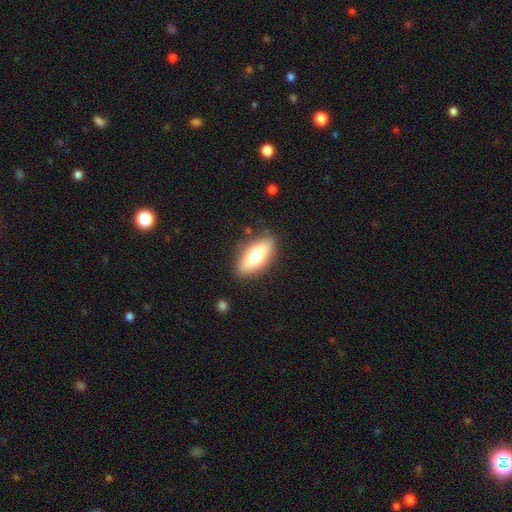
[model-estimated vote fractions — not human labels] smooth_or_featured: smooth (p=0.67) [alt: featured or disk p=0.26]
how_rounded: in between (p=0.76) [alt: cigar-shaped p=0.21]
merging: none (p=0.85) [alt: minor disturbance p=0.10]